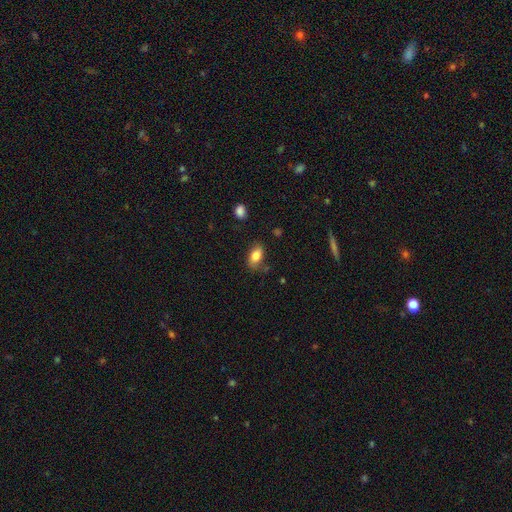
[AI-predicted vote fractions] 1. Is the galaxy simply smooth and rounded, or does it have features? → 83% smooth, 10% featured or disk, 8% star or artifact.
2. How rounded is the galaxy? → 89% in between, 7% round, 4% cigar-shaped.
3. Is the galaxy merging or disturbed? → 77% none, 16% minor disturbance, 4% major disturbance, 3% merger.